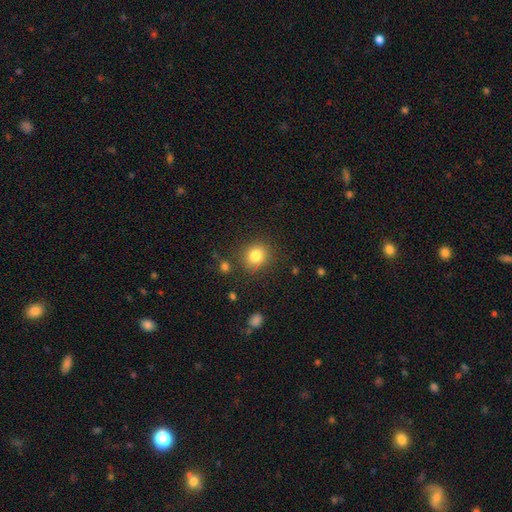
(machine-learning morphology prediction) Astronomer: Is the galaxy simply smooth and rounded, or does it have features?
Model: smooth — 82%.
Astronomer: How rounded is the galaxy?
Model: round — 78%.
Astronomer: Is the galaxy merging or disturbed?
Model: none — 84%.